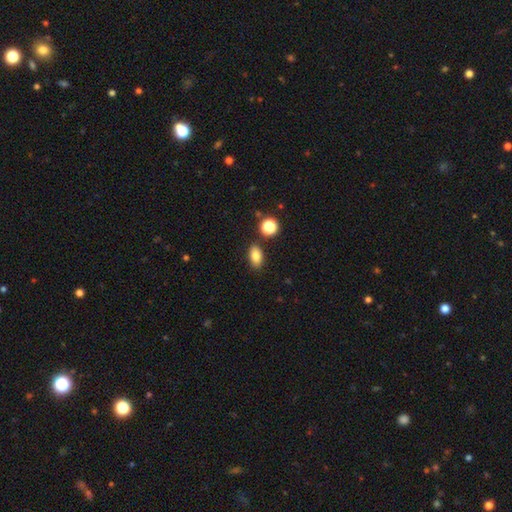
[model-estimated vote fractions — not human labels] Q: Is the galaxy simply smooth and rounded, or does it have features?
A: smooth — 83%.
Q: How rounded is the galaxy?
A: in between — 86%.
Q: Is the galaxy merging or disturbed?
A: none — 84%.